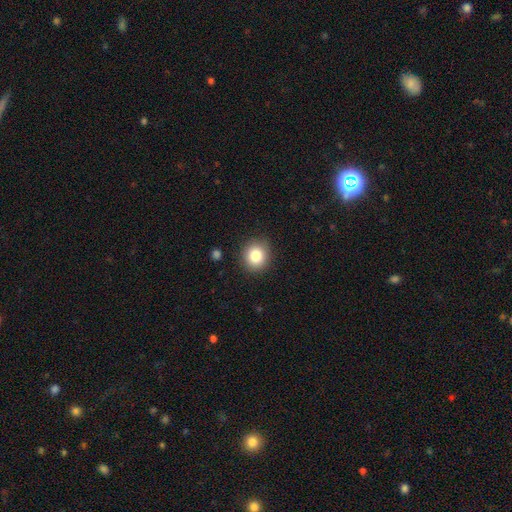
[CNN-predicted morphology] type=smooth (83%); roundness=round (83%); merging=none (88%).